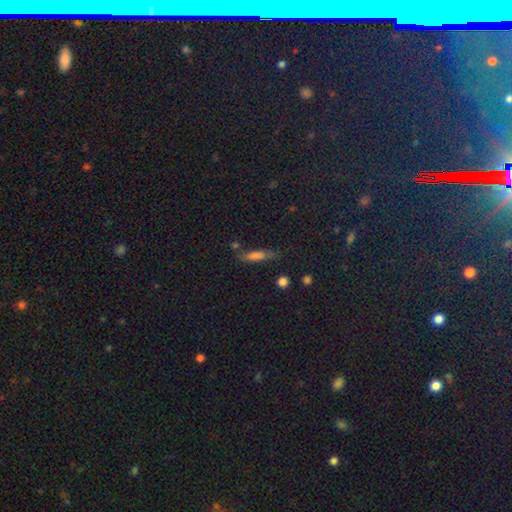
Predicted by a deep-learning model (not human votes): smooth 63%, featured or disk 20%, star or artifact 17%. Down the decision tree: how rounded — cigar-shaped (73%); merging — none (66%).